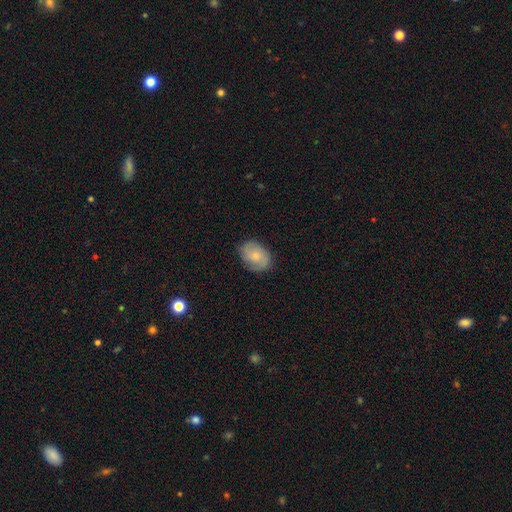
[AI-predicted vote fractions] Smooth or featured? smooth (59%)
How rounded? in between (73%)
Merging? none (75%)